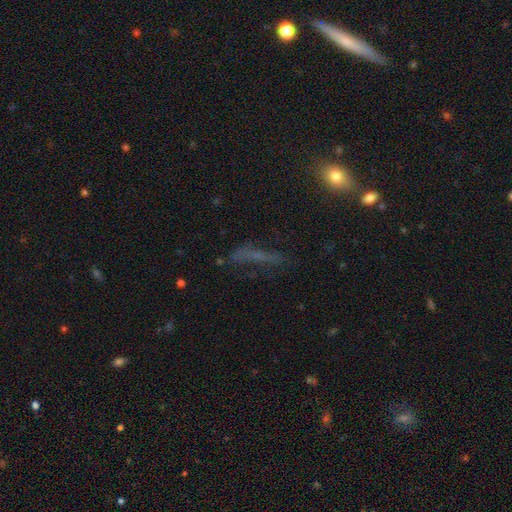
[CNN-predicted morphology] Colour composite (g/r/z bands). It shows a smooth galaxy with no disk features (40%). Merging: none (58%).